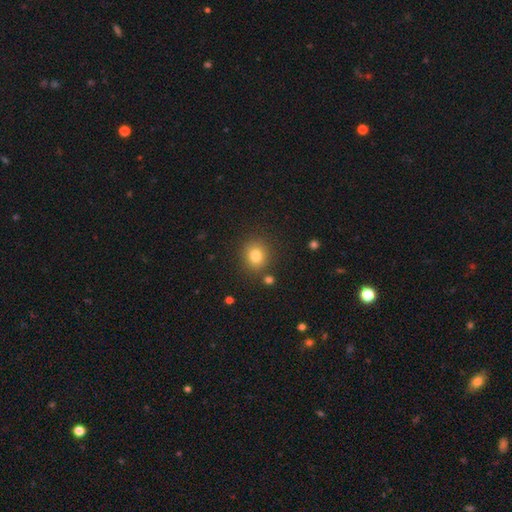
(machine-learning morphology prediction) Smooth or featured: smooth — 80% (star or artifact — 13%)
How rounded: round — 80% (in between — 19%)
Merging: none — 84% (minor disturbance — 9%)